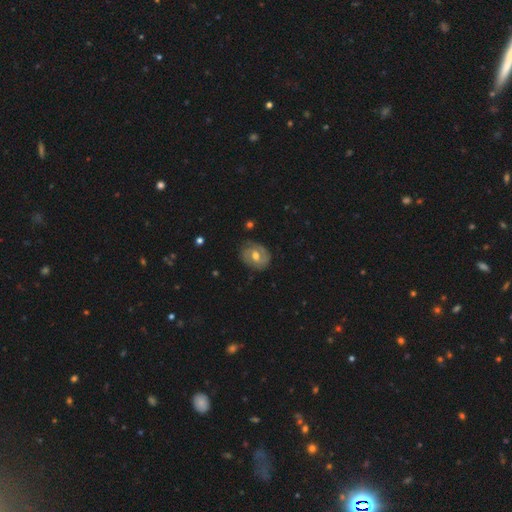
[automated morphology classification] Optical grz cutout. It shows a featured or disk galaxy (63%) with a weak bar (45%), spiral arms (74%) and a moderate central bulge (76%). Merging: none (74%).